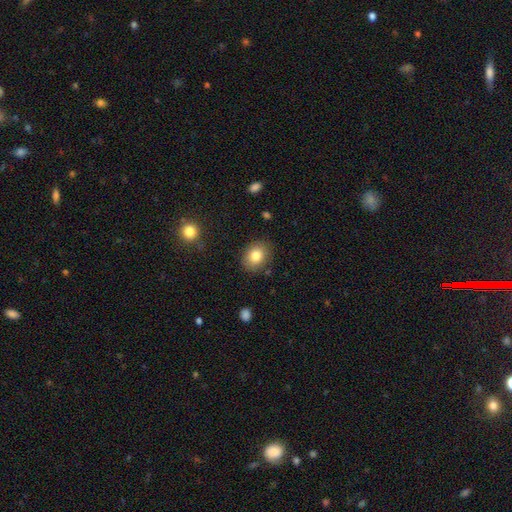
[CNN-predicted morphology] A smooth galaxy with no disk features (82%) that is in between round and cigar-shaped (53%). Merging: none (84%).